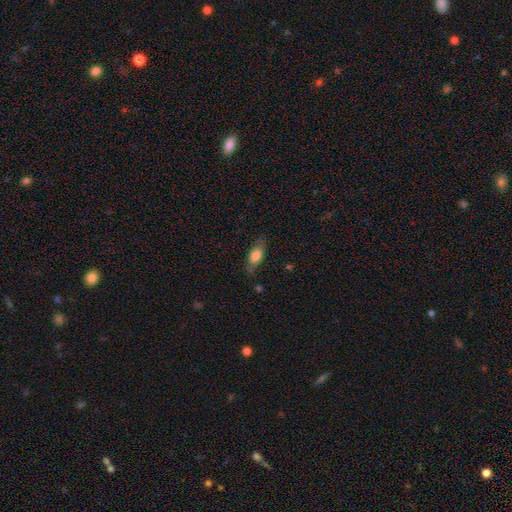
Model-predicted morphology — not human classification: smooth-or-featured: smooth: 71% | featured or disk: 22% | star or artifact: 7%
  how-rounded: in between: 78% | cigar-shaped: 17% | round: 5%
  merging: none: 71% | minor disturbance: 20% | major disturbance: 6% | merger: 2%